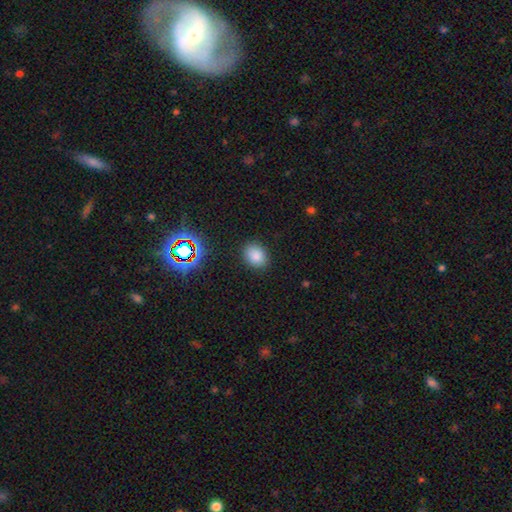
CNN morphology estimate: Overall: smooth (82%). How rounded: in between (57%; round 42%). Merging: none (87%).